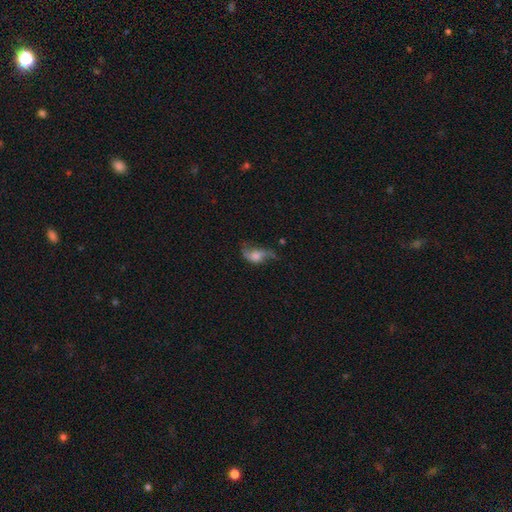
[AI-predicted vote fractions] A featured or disk galaxy (56%) with no bar (70%), spiral arms (81%) and a moderate central bulge (42%). Merging: none (41%).